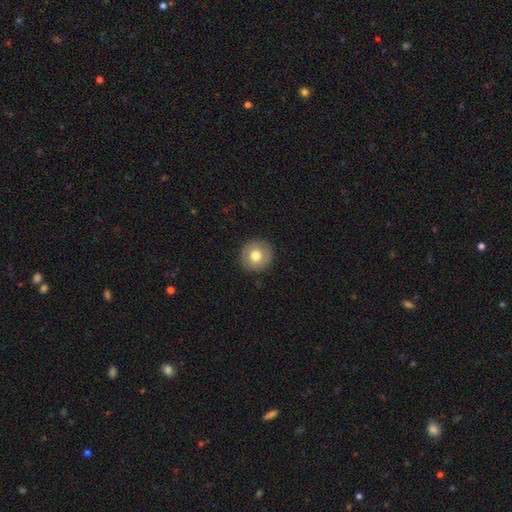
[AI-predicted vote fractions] smooth 74%, featured or disk 18%, star or artifact 8%. Down the decision tree: how rounded — round (95%); merging — none (92%).